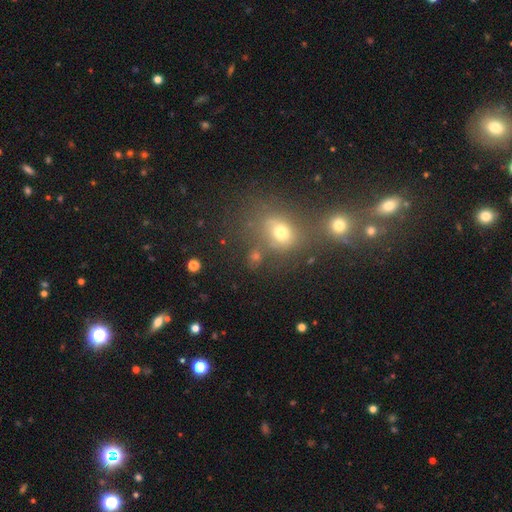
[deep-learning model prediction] The model was most divided on "how rounded": round: 58%, in between: 40%, cigar-shaped: 2%. More confident: smooth or featured — smooth (60%); merging — none (53%).